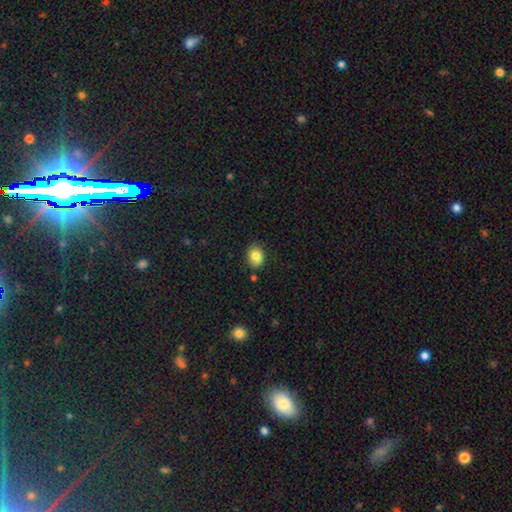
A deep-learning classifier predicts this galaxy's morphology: type=smooth (78%); roundness=in between (50%); merging=none (76%).